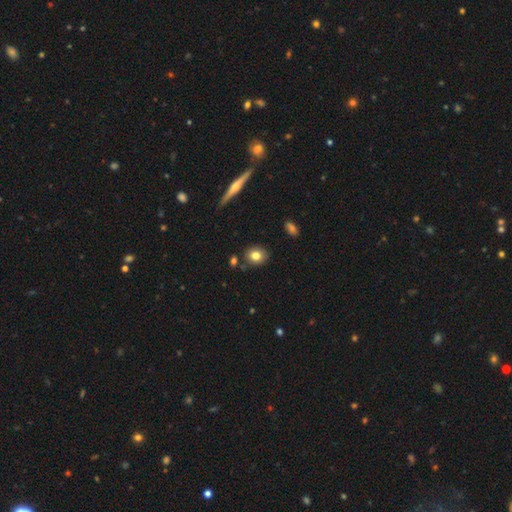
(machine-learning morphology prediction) Smooth or featured: smooth — 79% (featured or disk — 11%)
How rounded: round — 69% (in between — 30%)
Merging: none — 82% (minor disturbance — 10%)